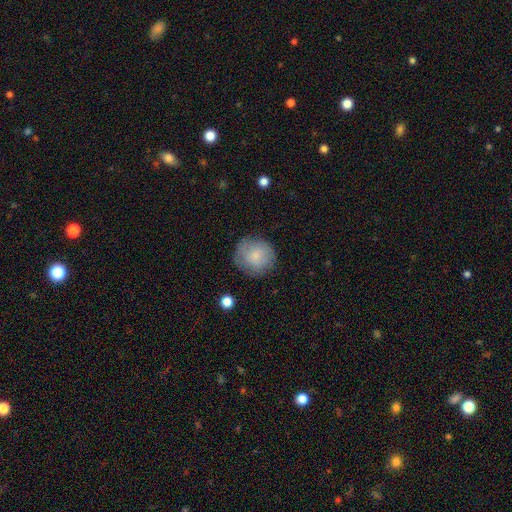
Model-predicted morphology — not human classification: Smooth or featured: smooth — 79% (featured or disk — 14%)
How rounded: round — 92% (in between — 7%)
Merging: none — 78% (minor disturbance — 16%)